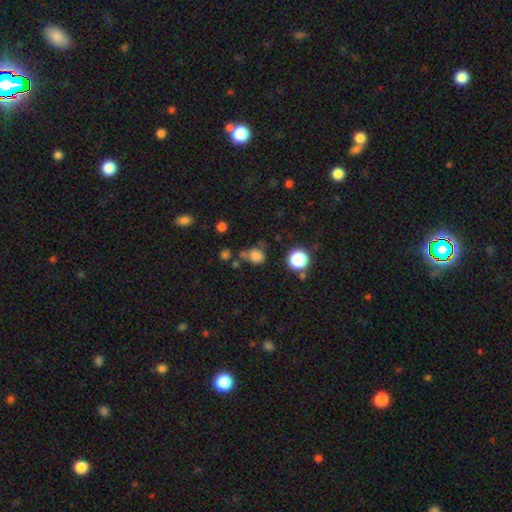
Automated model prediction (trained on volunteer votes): Q: Smooth or featured?
A: smooth (77%); runner-up: star or artifact (17%)
Q: How rounded?
A: round (66%); runner-up: in between (33%)
Q: Merging?
A: none (58%); runner-up: minor disturbance (21%)